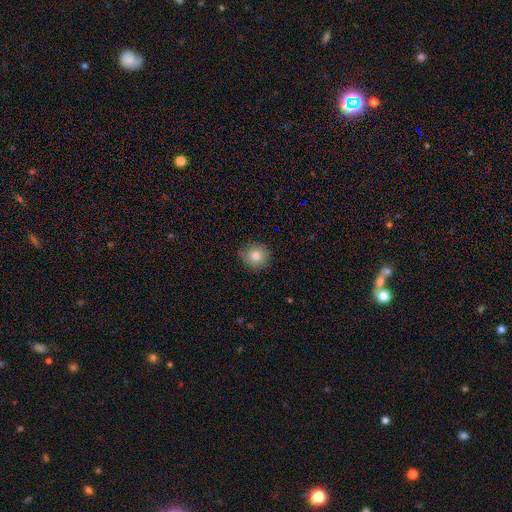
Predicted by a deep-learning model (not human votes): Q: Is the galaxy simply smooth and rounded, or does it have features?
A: smooth — 80%.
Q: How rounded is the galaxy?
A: round — 92%.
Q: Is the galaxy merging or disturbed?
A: none — 85%.